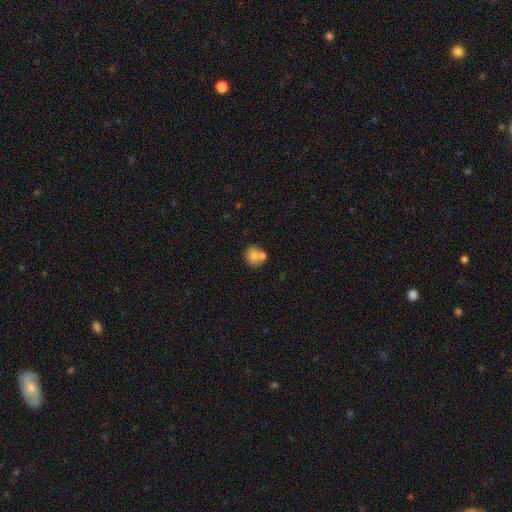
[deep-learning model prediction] smooth-or-featured: smooth: 74% | featured or disk: 17% | star or artifact: 9%
  how-rounded: round: 81% | in between: 18% | cigar-shaped: 1%
  merging: none: 51% | merger: 35% | minor disturbance: 11% | major disturbance: 3%